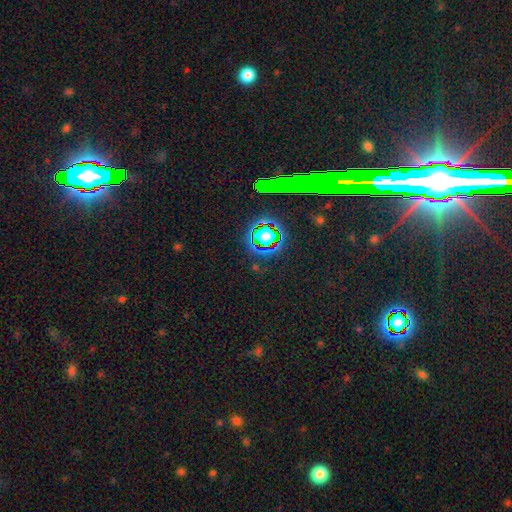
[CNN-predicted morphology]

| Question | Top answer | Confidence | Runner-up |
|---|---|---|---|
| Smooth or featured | star or artifact | 81% | featured or disk (10%) |